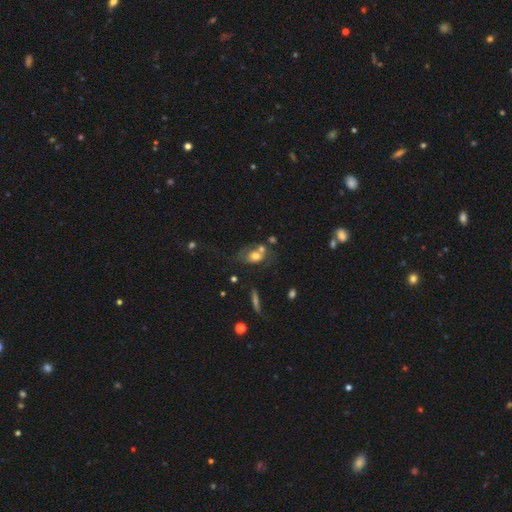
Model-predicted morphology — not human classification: The model was most divided on "merging": none: 34%, merger: 33%, minor disturbance: 18%, major disturbance: 16%. More confident: how rounded — in between (69%); smooth or featured — smooth (52%).